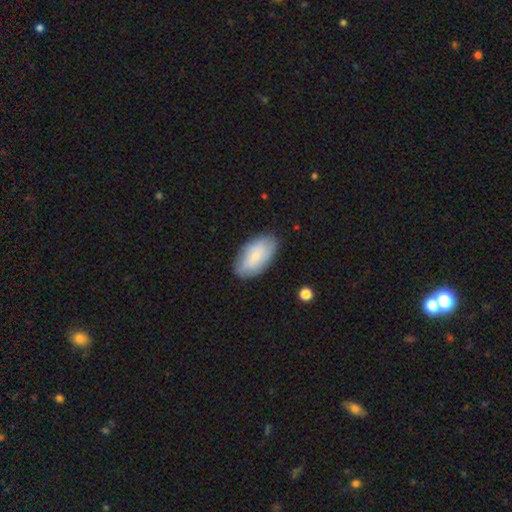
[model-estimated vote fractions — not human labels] Smooth or featured?
  - smooth: 75% *
  - featured or disk: 19%
  - star or artifact: 6%
How rounded?
  - in between: 95% *
  - cigar-shaped: 3%
  - round: 3%
Merging?
  - none: 82% *
  - minor disturbance: 13%
  - major disturbance: 3%
  - merger: 1%